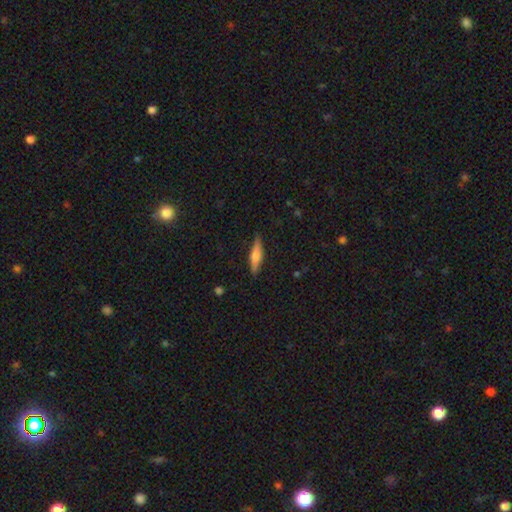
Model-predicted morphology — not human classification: type=smooth (49%); merging=none (86%).